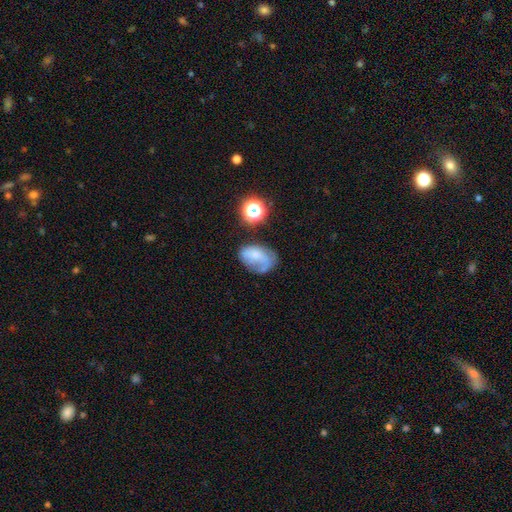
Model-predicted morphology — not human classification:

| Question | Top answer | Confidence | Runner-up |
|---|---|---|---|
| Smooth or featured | smooth | 58% | featured or disk (29%) |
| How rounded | in between | 81% | round (18%) |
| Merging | none | 39% | minor disturbance (31%) |